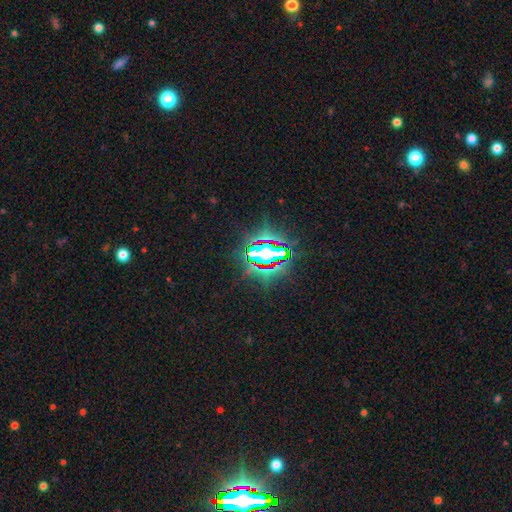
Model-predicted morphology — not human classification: Smooth or featured?
  - star or artifact: 83% *
  - smooth: 10%
  - featured or disk: 7%